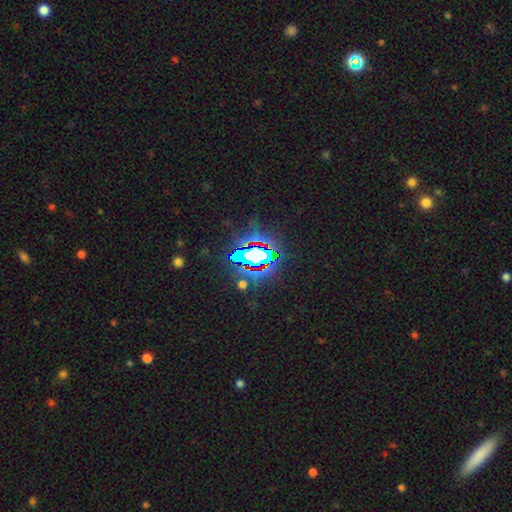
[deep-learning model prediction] Smooth or featured? star or artifact (66%)